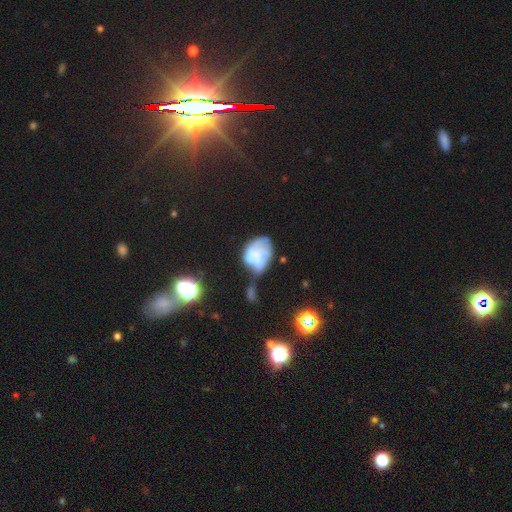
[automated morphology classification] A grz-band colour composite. It shows a featured or disk galaxy (48%). Merging: major disturbance (31%).